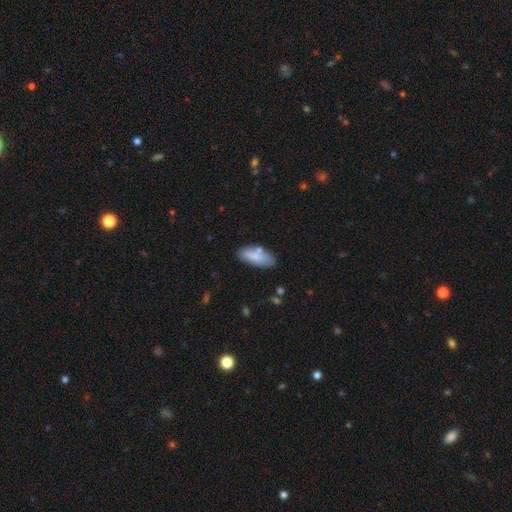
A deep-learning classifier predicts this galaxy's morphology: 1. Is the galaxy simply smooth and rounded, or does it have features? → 80% smooth, 14% featured or disk, 6% star or artifact.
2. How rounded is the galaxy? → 84% in between, 14% cigar-shaped, 2% round.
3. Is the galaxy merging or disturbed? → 70% none, 18% minor disturbance, 8% merger, 4% major disturbance.